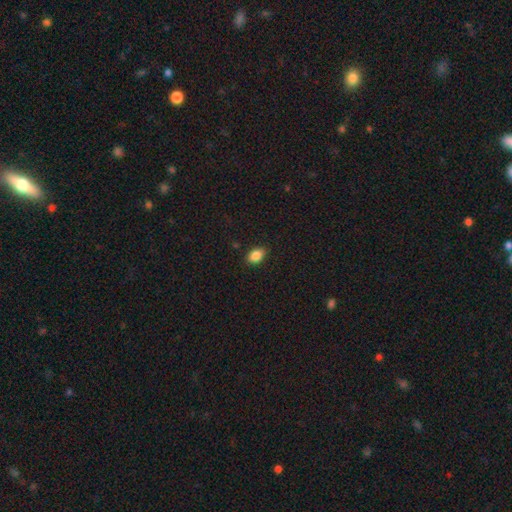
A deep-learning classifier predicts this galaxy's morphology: Q: Smooth or featured?
A: smooth (87%); runner-up: star or artifact (9%)
Q: How rounded?
A: in between (84%); runner-up: round (14%)
Q: Merging?
A: none (86%); runner-up: minor disturbance (10%)